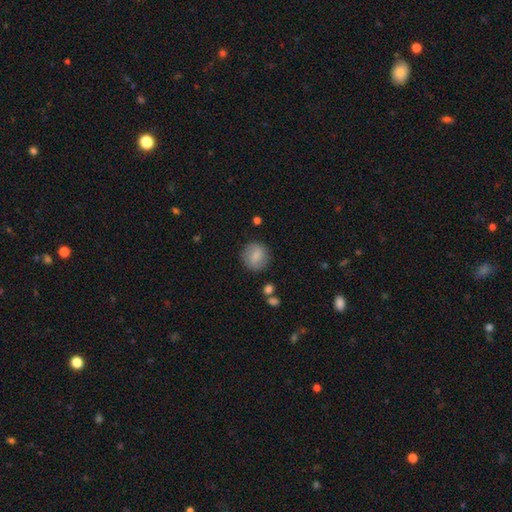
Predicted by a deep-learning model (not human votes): smooth 79%, featured or disk 13%, star or artifact 8%. Down the decision tree: how rounded — round (89%); merging — none (86%).